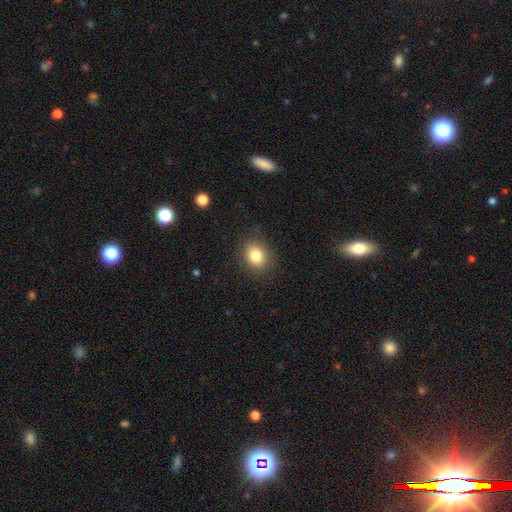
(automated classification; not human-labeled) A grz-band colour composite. It shows a smooth galaxy with no disk features (83%) that is round (54%). Merging: none (85%).